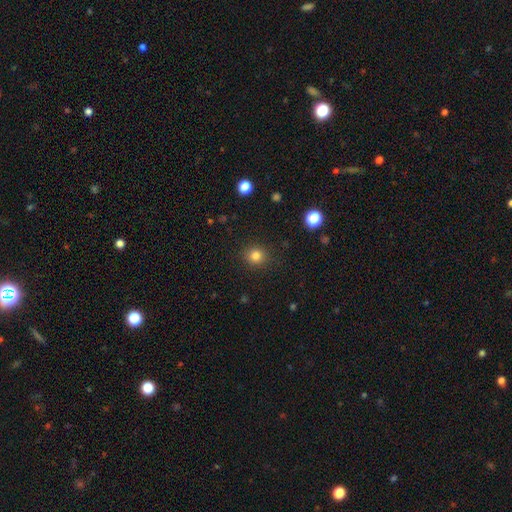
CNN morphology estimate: This is clearly a smooth galaxy (82%). How rounded: clearly round (86%). Merging: clearly none (89%).